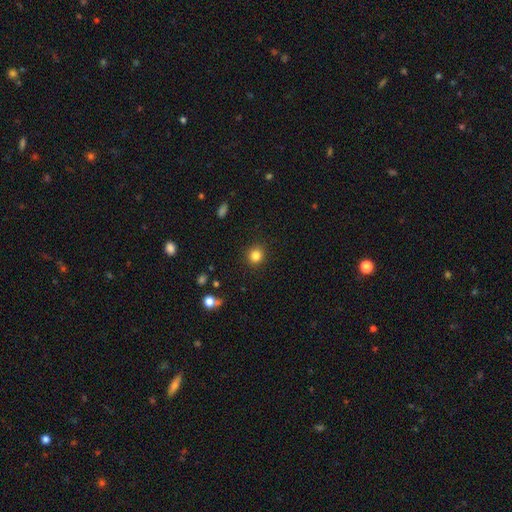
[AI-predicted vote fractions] This appears to be a smooth galaxy with no disk features (83%) that is round (90%). Merging: none (90%).